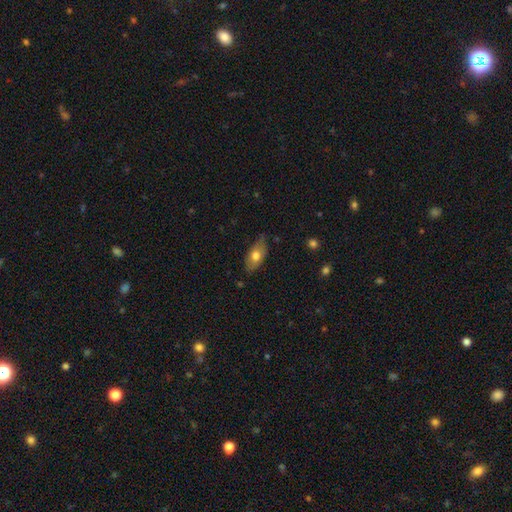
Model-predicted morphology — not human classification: type=smooth (66%); roundness=in between (88%); merging=none (68%).